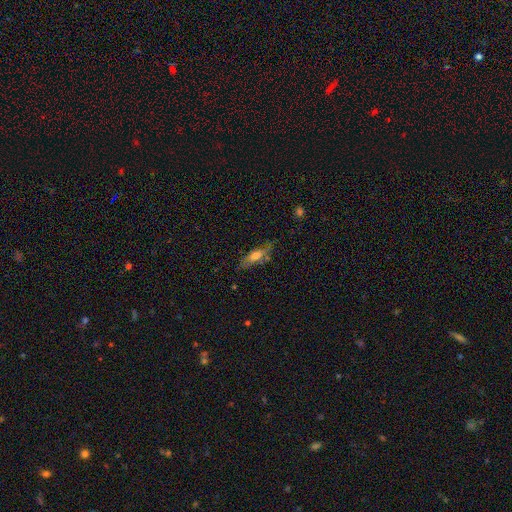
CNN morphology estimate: Q: Smooth or featured?
A: smooth (57%); runner-up: featured or disk (35%)
Q: How rounded?
A: in between (52%); runner-up: cigar-shaped (46%)
Q: Merging?
A: none (67%); runner-up: minor disturbance (22%)